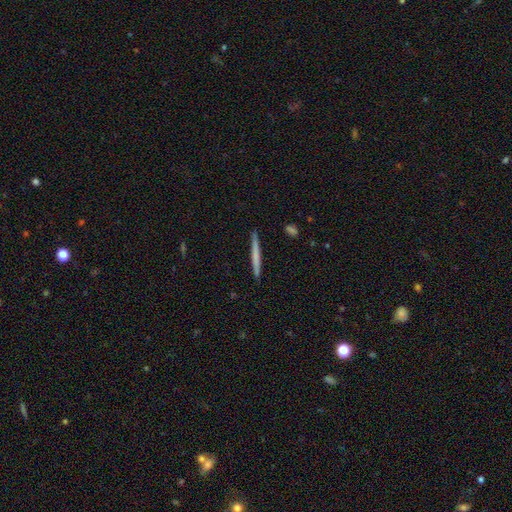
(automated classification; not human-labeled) smooth-or-featured: smooth: 57% | featured or disk: 38% | star or artifact: 5%
  how-rounded: cigar-shaped: 97% | in between: 2% | round: 1%
  merging: none: 91% | minor disturbance: 6% | major disturbance: 1% | merger: 1%